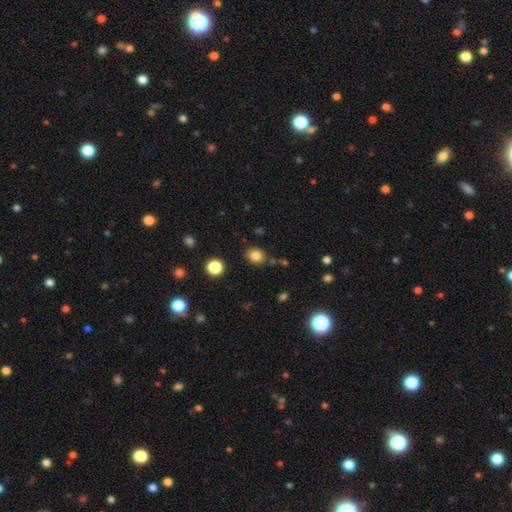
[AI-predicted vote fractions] smooth-or-featured: smooth: 82% | star or artifact: 12% | featured or disk: 6%
  how-rounded: round: 65% | in between: 34% | cigar-shaped: 1%
  merging: none: 83% | minor disturbance: 11% | merger: 4% | major disturbance: 3%